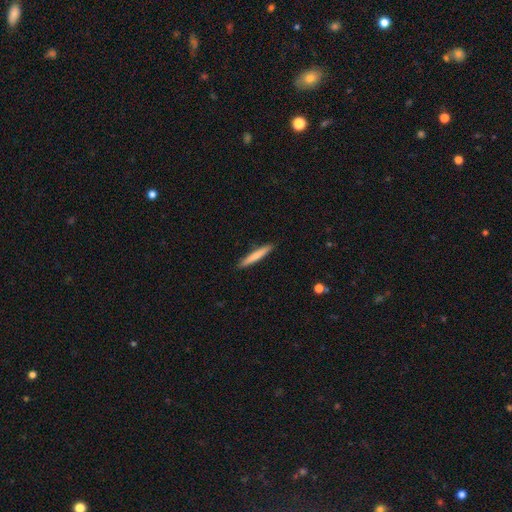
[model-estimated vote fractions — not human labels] Smooth or featured?
  - smooth: 74% *
  - featured or disk: 20%
  - star or artifact: 5%
How rounded?
  - cigar-shaped: 95% *
  - in between: 4%
  - round: 1%
Merging?
  - none: 91% *
  - minor disturbance: 6%
  - major disturbance: 1%
  - merger: 1%